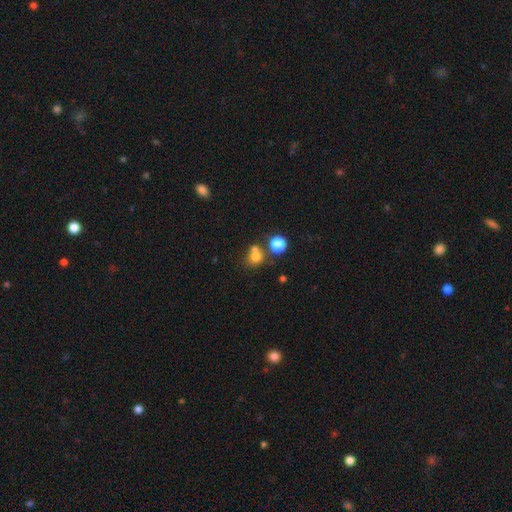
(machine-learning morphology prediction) Smooth or featured? Predicted: smooth (p=0.72). How rounded? Predicted: round (p=0.82). Merging? Predicted: none (p=0.52).